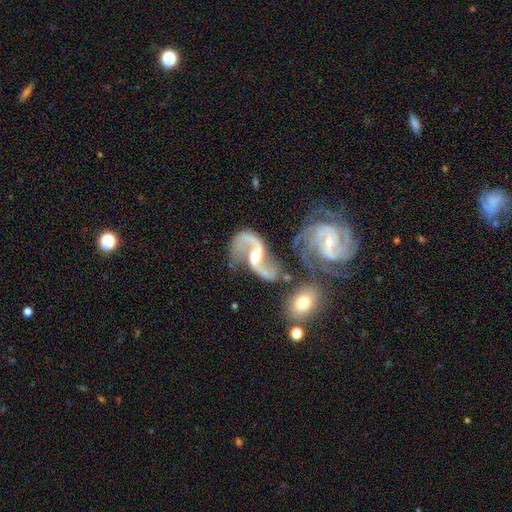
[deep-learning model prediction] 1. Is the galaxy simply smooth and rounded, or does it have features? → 91% featured or disk, 5% star or artifact, 4% smooth.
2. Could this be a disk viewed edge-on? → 97% no, 3% yes.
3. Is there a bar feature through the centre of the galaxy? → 42% weak, 34% no, 25% strong.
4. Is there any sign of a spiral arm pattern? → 97% yes, 3% no.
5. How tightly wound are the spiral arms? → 73% loose, 23% medium, 4% tight.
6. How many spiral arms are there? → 93% 2, 2% 1, 1% can't tell, 1% 3, 1% 4, 1% more than 4.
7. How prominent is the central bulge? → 65% moderate, 23% small, 9% large, 2% none, 1% dominant.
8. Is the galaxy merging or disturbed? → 49% none, 19% merger, 17% minor disturbance, 15% major disturbance.